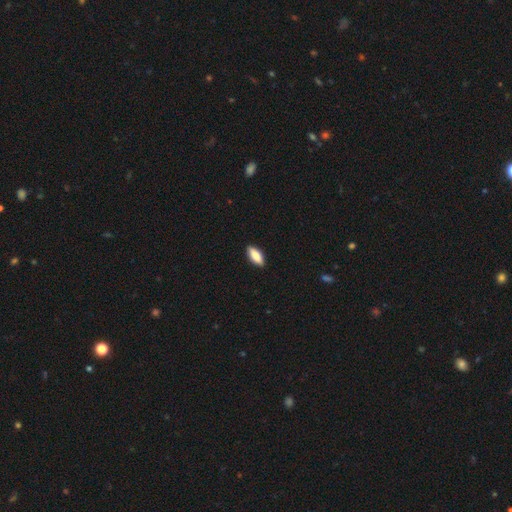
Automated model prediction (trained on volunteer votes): Smooth or featured? smooth (83%)
How rounded? in between (77%)
Merging? none (90%)